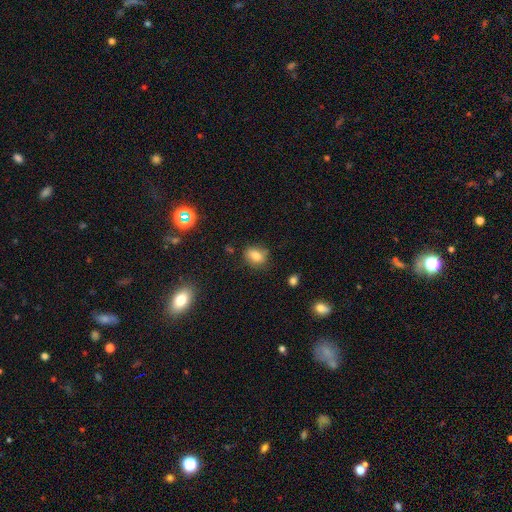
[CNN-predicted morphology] The model was most divided on "how rounded": in between: 65%, round: 33%, cigar-shaped: 2%. More confident: smooth or featured — smooth (79%); merging — none (75%).